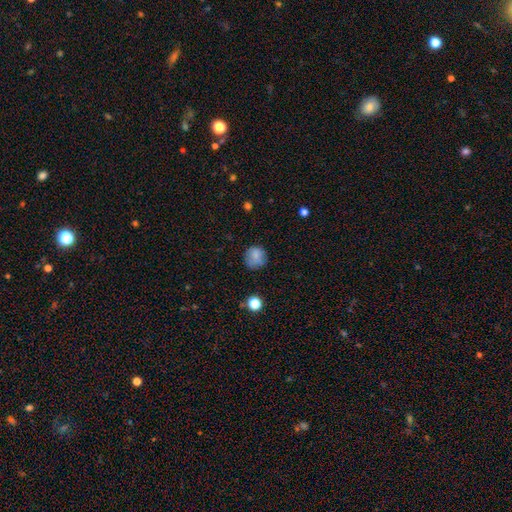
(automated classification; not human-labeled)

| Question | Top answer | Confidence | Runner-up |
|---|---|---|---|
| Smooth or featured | smooth | 79% | featured or disk (11%) |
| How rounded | round | 86% | in between (13%) |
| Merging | none | 70% | minor disturbance (21%) |